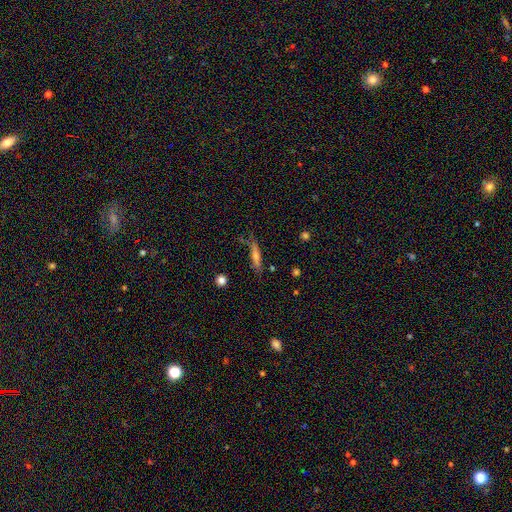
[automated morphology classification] The model was most divided on "smooth or featured": smooth: 52%, featured or disk: 39%, star or artifact: 9%. More confident: how rounded — cigar-shaped (81%); merging — none (67%).